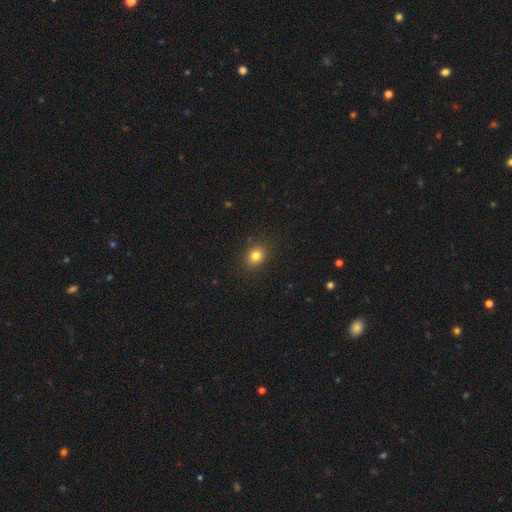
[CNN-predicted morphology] Overall: smooth (82%). How rounded: round (60%; in between 39%). Merging: none (88%).